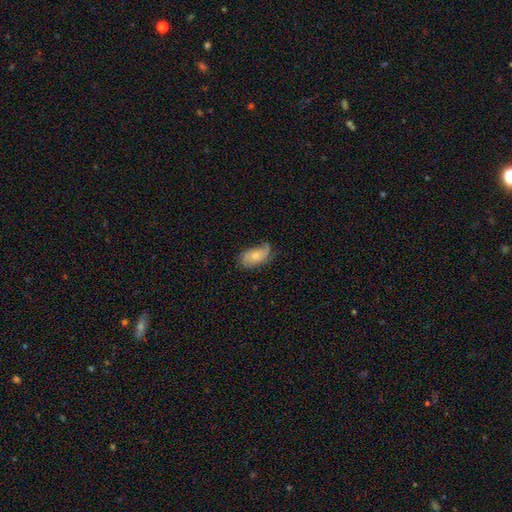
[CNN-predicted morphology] Smooth or featured: smooth — 55% (featured or disk — 38%)
How rounded: in between — 92% (round — 5%)
Merging: none — 50% (minor disturbance — 33%)